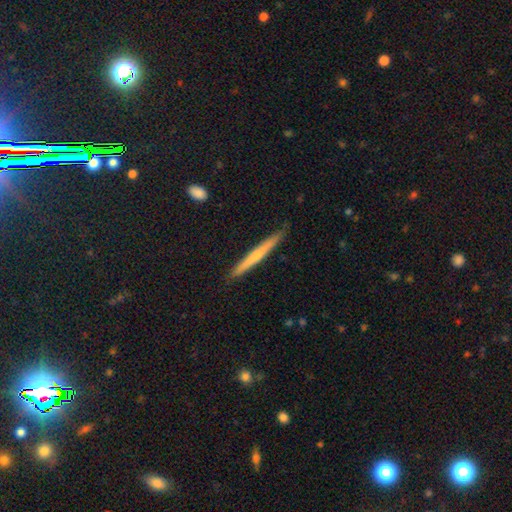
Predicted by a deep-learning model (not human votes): Smooth or featured? Predicted: smooth (p=0.48). Merging? Predicted: none (p=0.89).